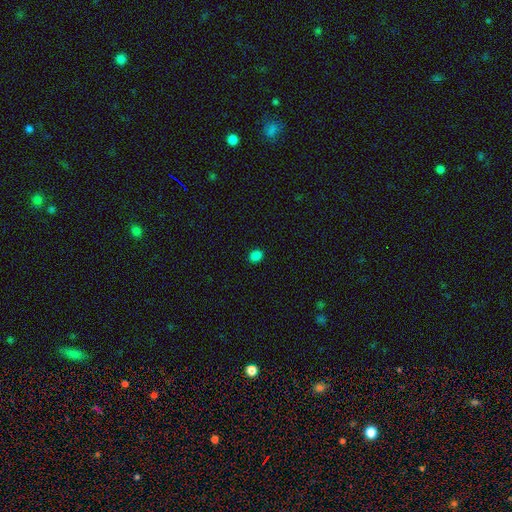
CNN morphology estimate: Overall: smooth (84%). How rounded: in between (51%; round 48%). Merging: none (90%).